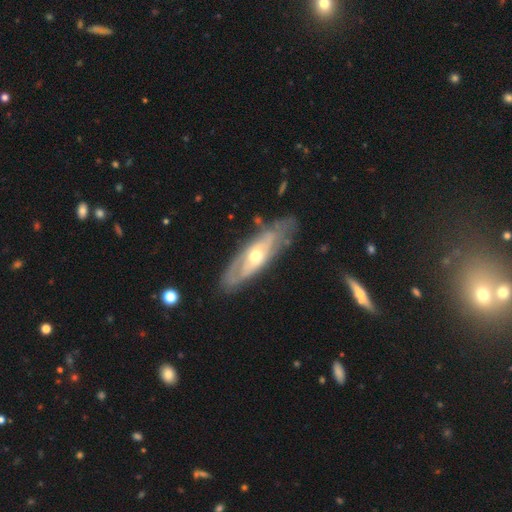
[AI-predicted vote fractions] Smooth or featured? Predicted: featured or disk (p=0.76). Edge-on disk? Predicted: no (p=0.72). Bar? Predicted: no (p=0.64). Spiral arms? Predicted: yes (p=0.63). Bulge size? Predicted: moderate (p=0.58). Merging? Predicted: none (p=0.75).